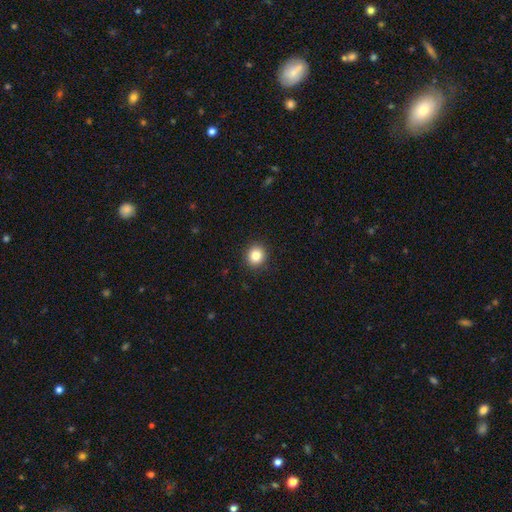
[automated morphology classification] Q: Smooth or featured?
A: smooth (84%); runner-up: star or artifact (10%)
Q: How rounded?
A: round (87%); runner-up: in between (12%)
Q: Merging?
A: none (92%); runner-up: minor disturbance (5%)